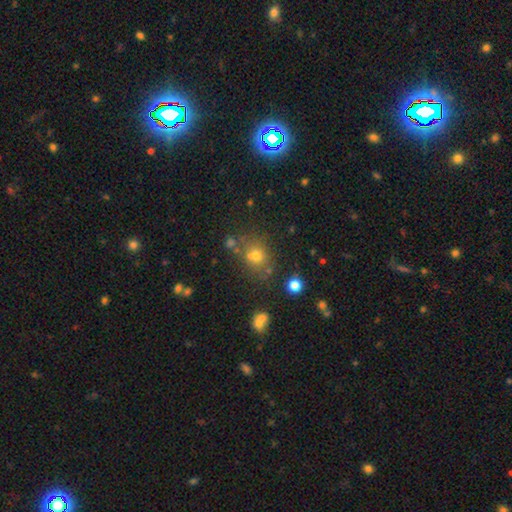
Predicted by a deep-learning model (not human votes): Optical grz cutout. It shows a smooth galaxy with no disk features (70%) that is round (72%). Merging: none (67%).